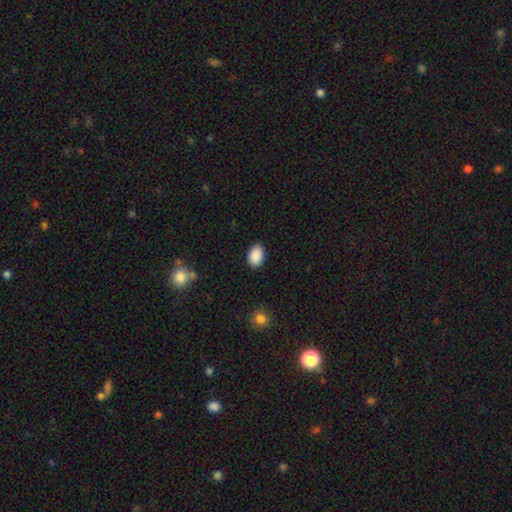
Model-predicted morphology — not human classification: This is clearly a smooth galaxy (90%). How rounded: clearly in between (86%). Merging: clearly none (87%).